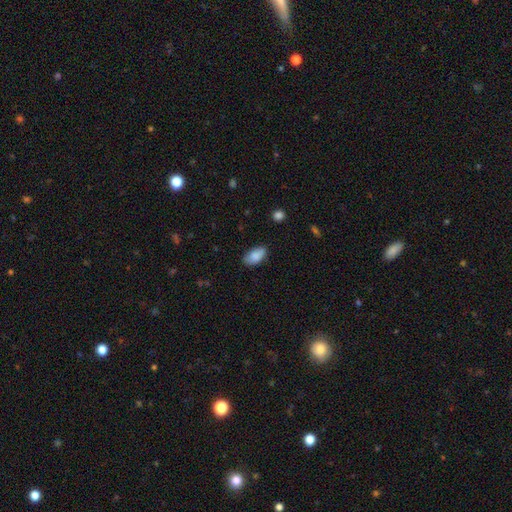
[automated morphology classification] A smooth galaxy with no disk features (85%) that is in between round and cigar-shaped (94%).

Vote fractions:
- Smooth or featured? smooth: 85% / featured or disk: 8% / star or artifact: 7%
- How rounded? in between: 94% / round: 4% / cigar-shaped: 2%
- Merging? none: 77% / minor disturbance: 18% / major disturbance: 3% / merger: 2%